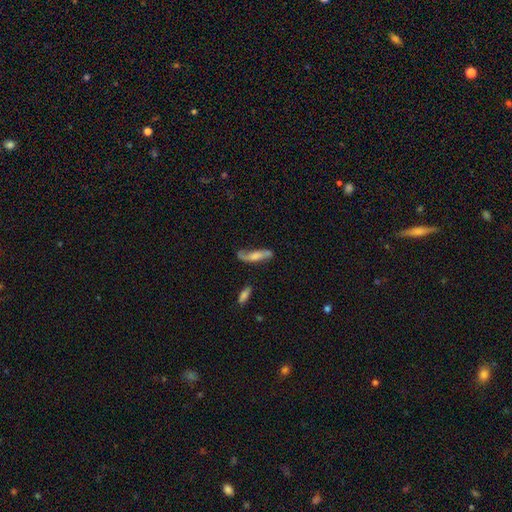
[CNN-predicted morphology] smooth-or-featured: featured or disk: 52% | smooth: 41% | star or artifact: 7%
  disk-edge-on: no: 68% | yes: 32%
  merging: none: 50% | minor disturbance: 26% | major disturbance: 16% | merger: 7%